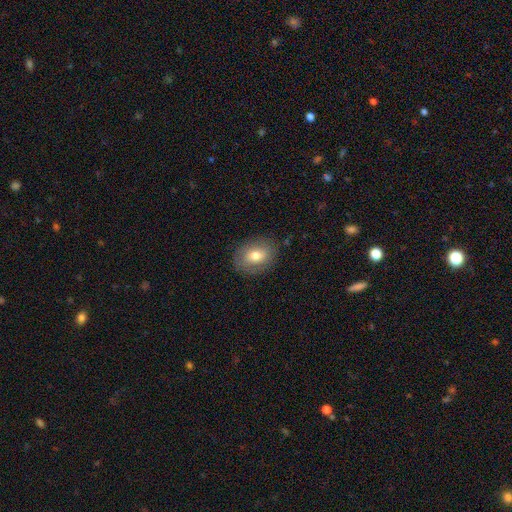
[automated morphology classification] smooth 70%, featured or disk 22%, star or artifact 9%. Down the decision tree: how rounded — in between (65%); merging — none (84%).